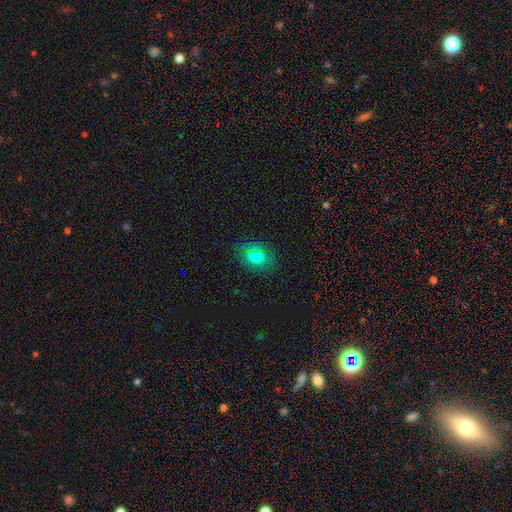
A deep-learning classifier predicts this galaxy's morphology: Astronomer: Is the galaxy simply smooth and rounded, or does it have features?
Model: smooth — 73%.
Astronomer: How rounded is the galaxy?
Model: in between — 59% (runner-up: round, 39%).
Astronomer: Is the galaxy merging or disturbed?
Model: none — 83%.